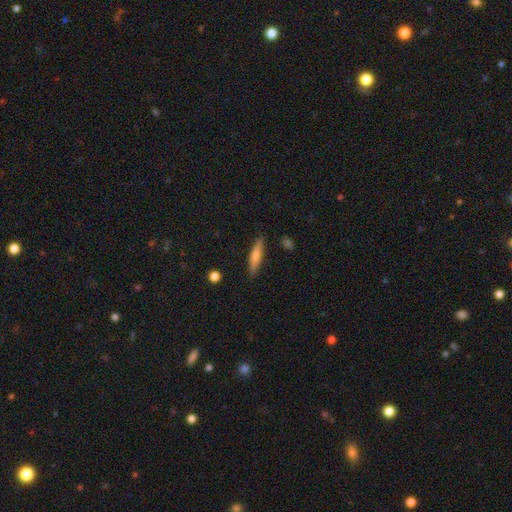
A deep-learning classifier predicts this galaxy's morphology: A smooth galaxy with no disk features (61%) that is cigar-shaped (83%).

Vote fractions:
- Smooth or featured? smooth: 61% / featured or disk: 32% / star or artifact: 6%
- How rounded? cigar-shaped: 83% / in between: 15% / round: 2%
- Merging? none: 88% / minor disturbance: 9% / major disturbance: 2% / merger: 2%